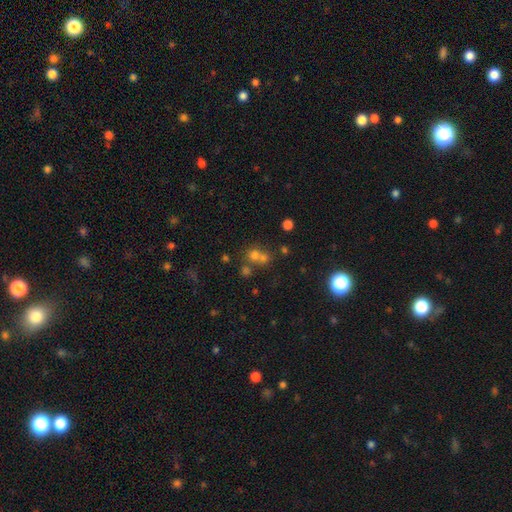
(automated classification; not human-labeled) smooth_or_featured: smooth (p=0.52) [alt: star or artifact p=0.34]
how_rounded: round (p=0.83) [alt: in between p=0.15]
merging: none (p=0.46) [alt: merger p=0.43]